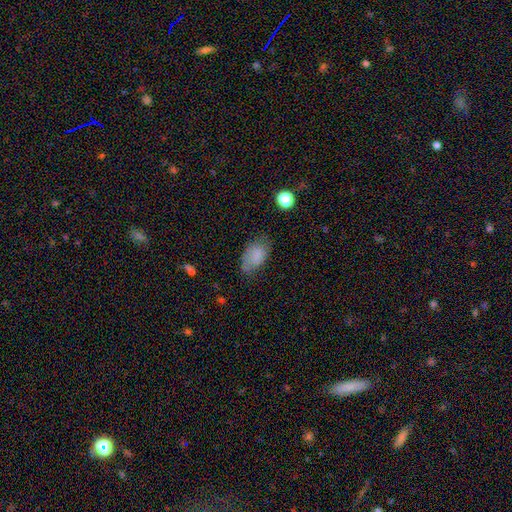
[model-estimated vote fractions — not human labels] smooth-or-featured: smooth: 69% | featured or disk: 22% | star or artifact: 10%
  how-rounded: in between: 92% | round: 6% | cigar-shaped: 2%
  merging: none: 59% | minor disturbance: 28% | major disturbance: 10% | merger: 2%